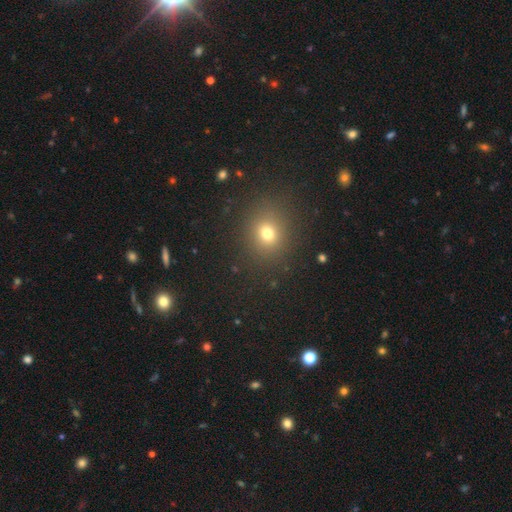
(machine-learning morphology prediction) A smooth galaxy with no disk features (57%) that is round (81%). Merging: none (91%).